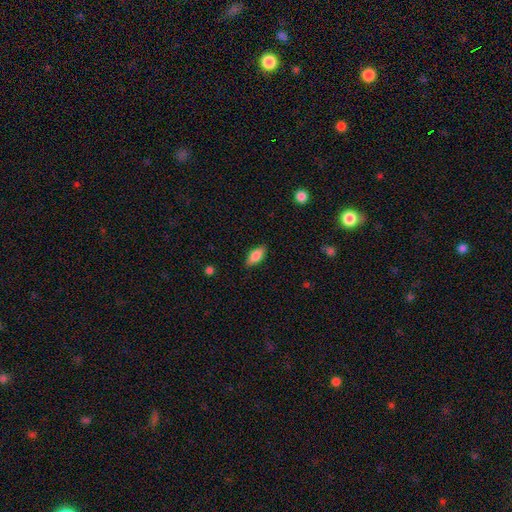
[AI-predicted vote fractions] The model was most divided on "smooth or featured": smooth: 83%, featured or disk: 10%, star or artifact: 7%. More confident: how rounded — in between (85%); merging — none (85%).